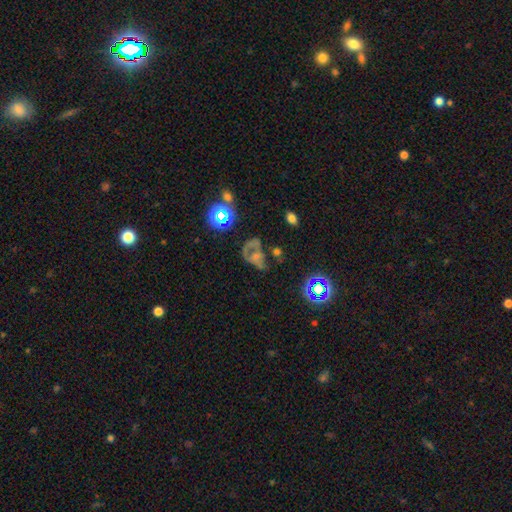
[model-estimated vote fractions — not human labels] Smooth or featured?
  - featured or disk: 46% *
  - smooth: 28%
  - star or artifact: 25%
Merging?
  - major disturbance: 40% *
  - none: 30%
  - minor disturbance: 18%
  - merger: 12%